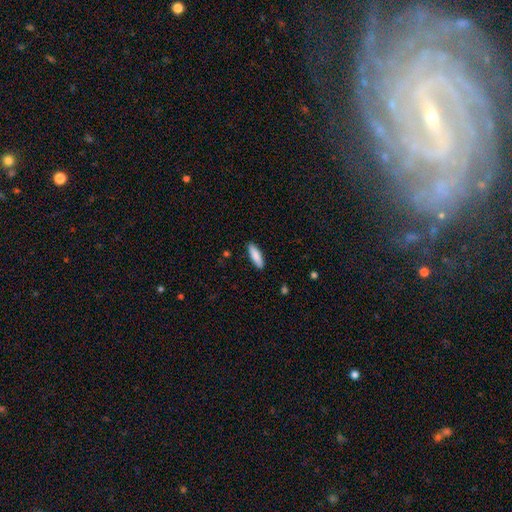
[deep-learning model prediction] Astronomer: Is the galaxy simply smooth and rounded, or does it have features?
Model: smooth — 84%.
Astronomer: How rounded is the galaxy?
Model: cigar-shaped — 57% (runner-up: in between, 42%).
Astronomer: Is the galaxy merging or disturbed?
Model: none — 88%.